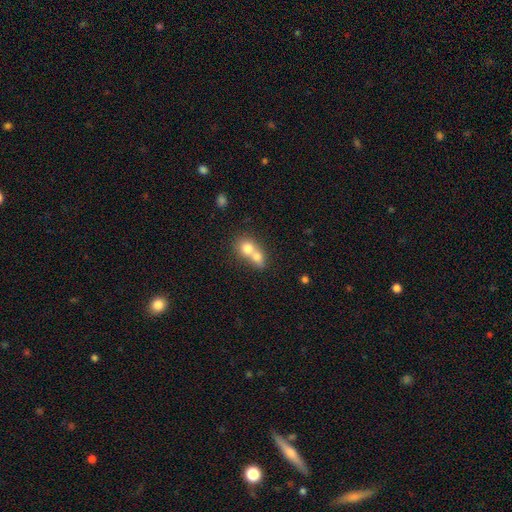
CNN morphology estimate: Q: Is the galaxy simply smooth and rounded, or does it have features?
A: smooth — 70%.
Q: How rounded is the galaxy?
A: round — 62%.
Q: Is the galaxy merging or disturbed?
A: merger — 72%.